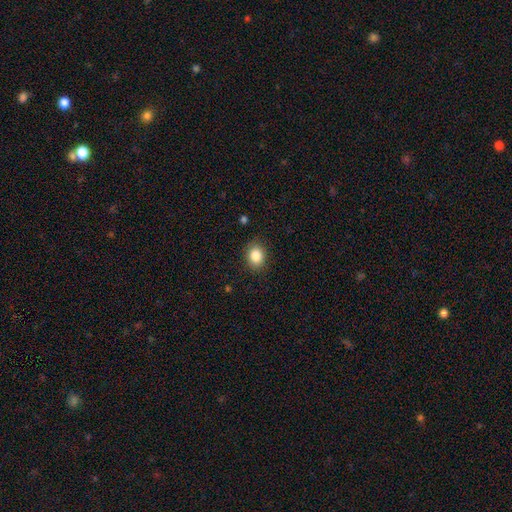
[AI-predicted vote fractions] This is clearly a smooth galaxy (85%). How rounded: possibly in between (50%). Merging: clearly none (86%).